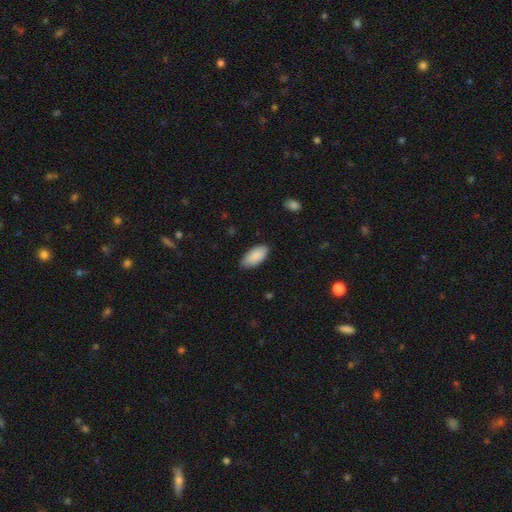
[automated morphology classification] Smooth or featured?
  - smooth: 90% *
  - star or artifact: 6%
  - featured or disk: 4%
How rounded?
  - in between: 93% *
  - cigar-shaped: 5%
  - round: 2%
Merging?
  - none: 83% *
  - minor disturbance: 14%
  - major disturbance: 2%
  - merger: 1%